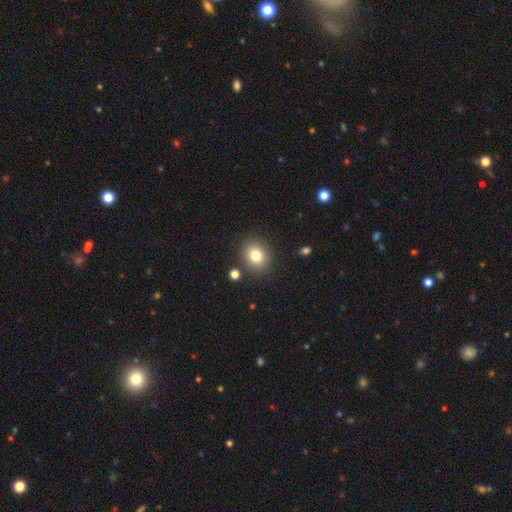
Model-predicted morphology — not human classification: smooth_or_featured: smooth (p=0.80) [alt: star or artifact p=0.11]
how_rounded: round (p=0.70) [alt: in between p=0.29]
merging: none (p=0.85) [alt: minor disturbance p=0.08]